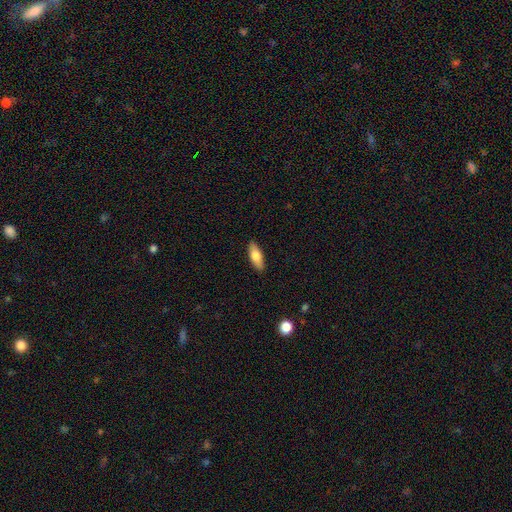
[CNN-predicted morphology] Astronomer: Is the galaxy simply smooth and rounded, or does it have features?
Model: smooth — 73%.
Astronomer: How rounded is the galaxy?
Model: in between — 69%.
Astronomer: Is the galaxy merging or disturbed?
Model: none — 89%.